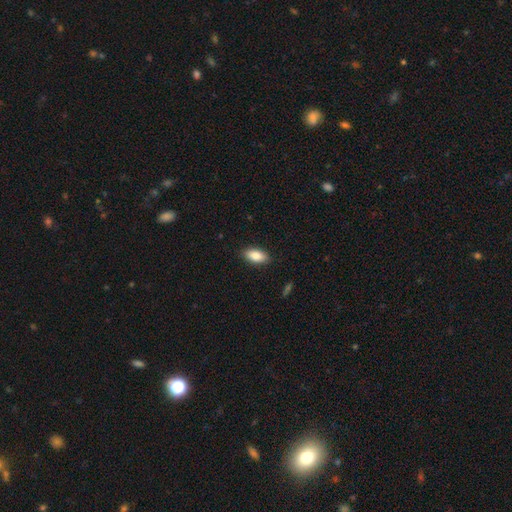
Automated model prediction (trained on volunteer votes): A smooth galaxy with no disk features (84%) that is in between round and cigar-shaped (90%). Merging: none (89%).